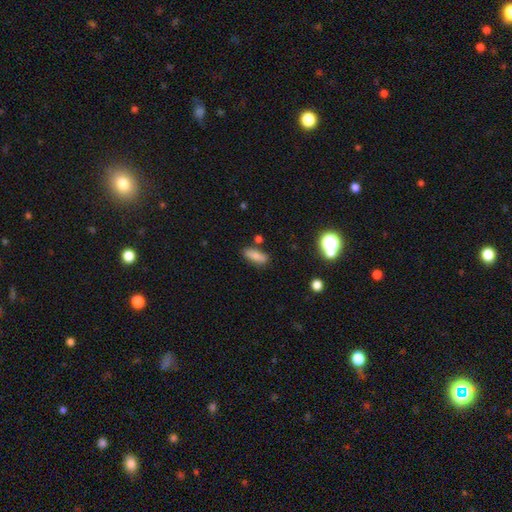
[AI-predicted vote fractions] smooth_or_featured: smooth (p=0.80) [alt: featured or disk p=0.10]
how_rounded: in between (p=0.66) [alt: cigar-shaped p=0.31]
merging: none (p=0.77) [alt: minor disturbance p=0.14]